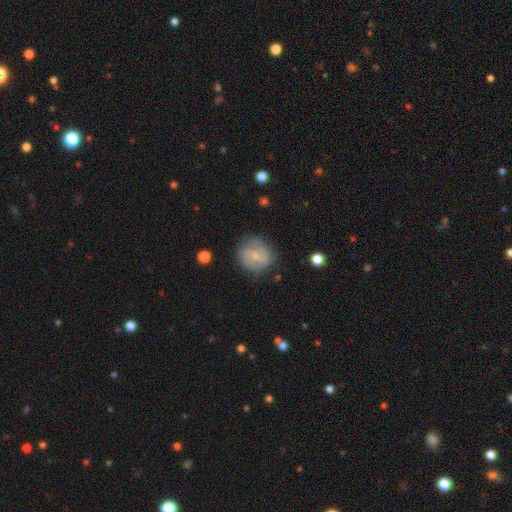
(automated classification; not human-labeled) This appears to be a featured or disk galaxy (54%) with no bar (50%), spiral arms (80%) and a small central bulge (66%). Merging: none (75%).